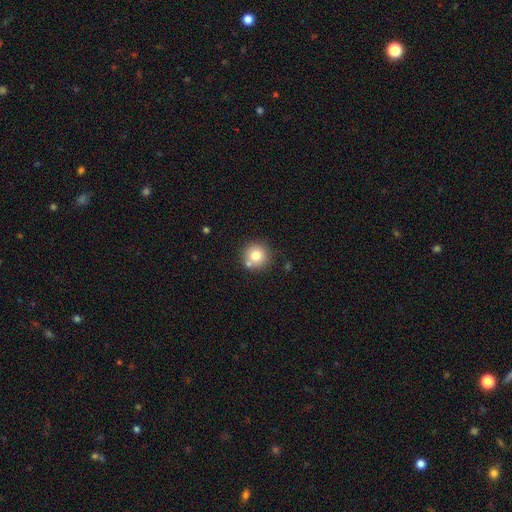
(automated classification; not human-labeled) This appears to be a smooth galaxy with no disk features (76%) that is round (94%). Merging: none (75%).